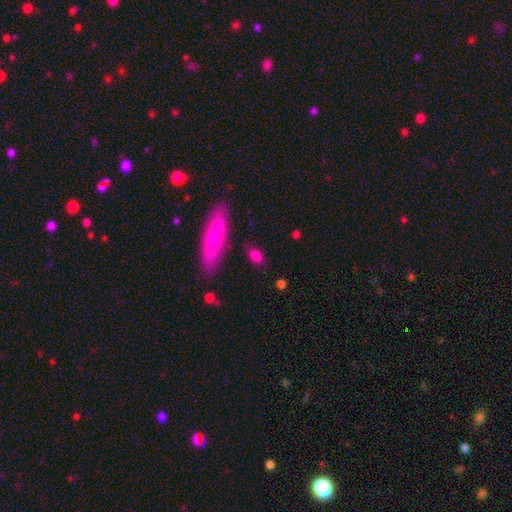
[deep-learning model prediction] Smooth or featured: smooth — 81% (featured or disk — 11%)
How rounded: in between — 78% (round — 11%)
Merging: none — 79% (minor disturbance — 13%)